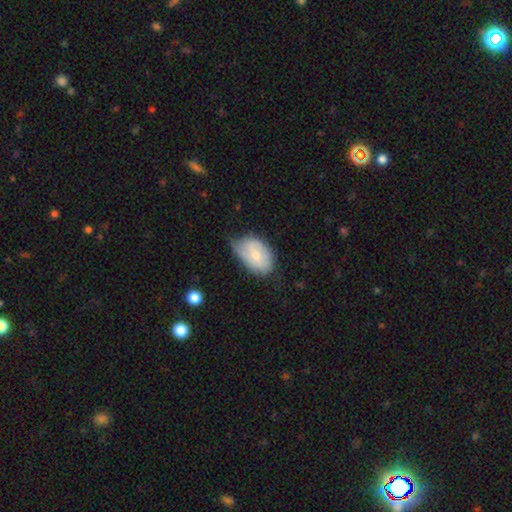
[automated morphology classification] The model was most divided on "merging": none: 46%, minor disturbance: 41%, major disturbance: 10%, merger: 2%. More confident: how rounded — in between (87%); smooth or featured — smooth (60%).